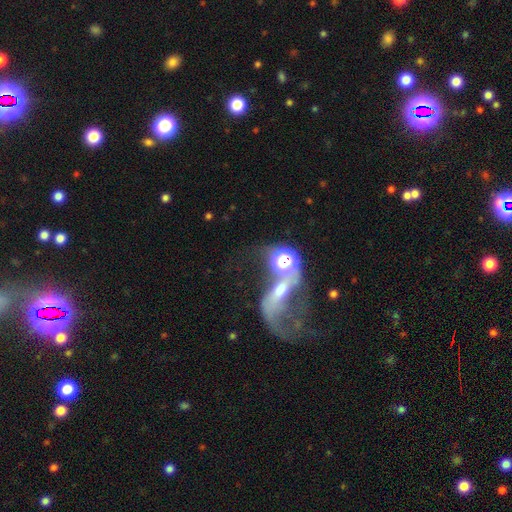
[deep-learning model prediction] Smooth or featured: featured or disk — 67% (smooth — 19%)
Edge-on disk: no — 95% (yes — 5%)
Bar: no — 51% (weak — 31%)
Spiral arms: yes — 70% (no — 30%)
Bulge size: moderate — 44% (small — 39%)
Merging: merger — 60% (major disturbance — 19%)